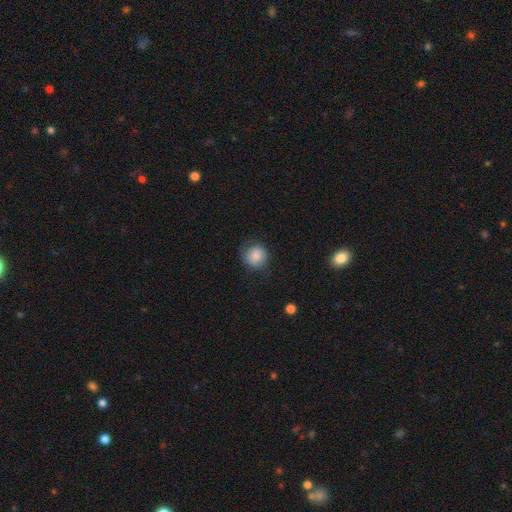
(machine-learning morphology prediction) Smooth or featured? Predicted: smooth (p=0.82). How rounded? Predicted: round (p=0.87). Merging? Predicted: none (p=0.74).